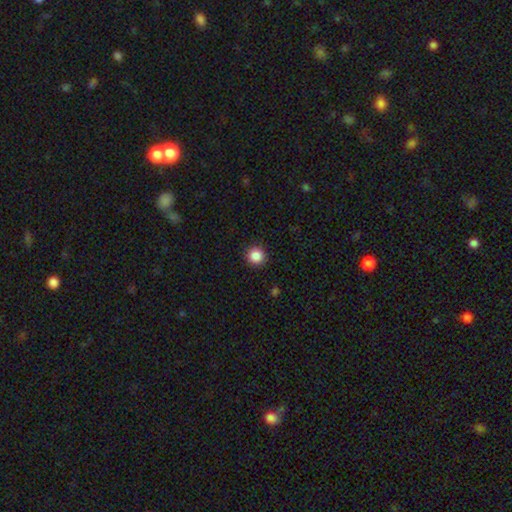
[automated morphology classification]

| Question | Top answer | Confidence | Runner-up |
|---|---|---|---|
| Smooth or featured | smooth | 87% | star or artifact (10%) |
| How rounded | round | 94% | in between (5%) |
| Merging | none | 92% | minor disturbance (5%) |